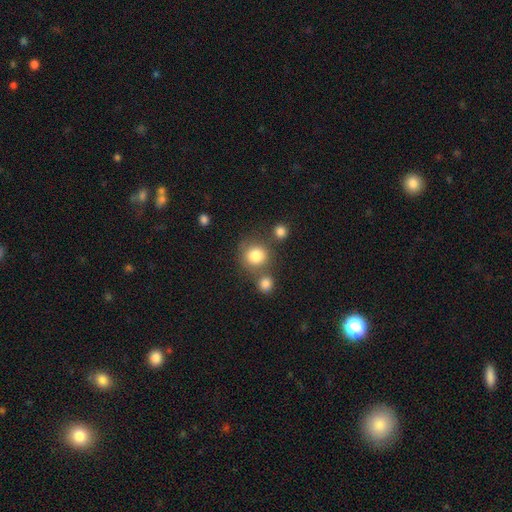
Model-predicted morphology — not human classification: smooth 81%, star or artifact 11%, featured or disk 8%. Down the decision tree: how rounded — round (88%); merging — none (62%).